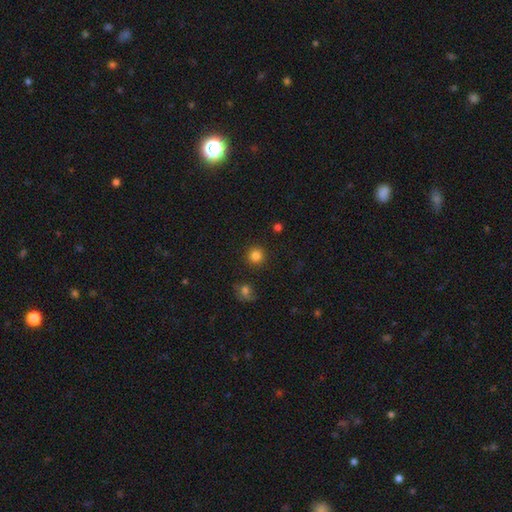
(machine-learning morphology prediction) The model was most divided on "smooth or featured": smooth: 83%, star or artifact: 13%, featured or disk: 4%. More confident: how rounded — round (94%); merging — none (90%).